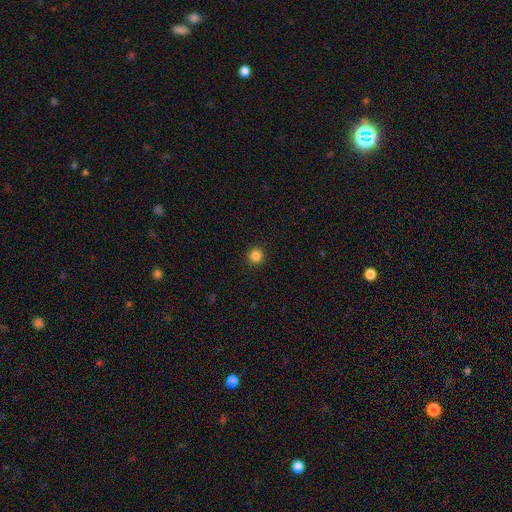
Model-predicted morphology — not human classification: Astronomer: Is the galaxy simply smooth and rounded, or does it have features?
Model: smooth — 85%.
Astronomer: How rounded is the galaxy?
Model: round — 95%.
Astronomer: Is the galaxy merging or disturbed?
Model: none — 93%.